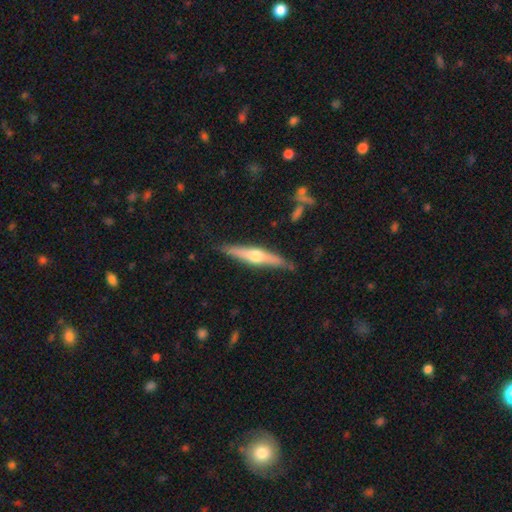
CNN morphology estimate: type=featured or disk (62%); edge-on=yes (96%); edge-on bulge=rounded (92%); merging=none (85%).